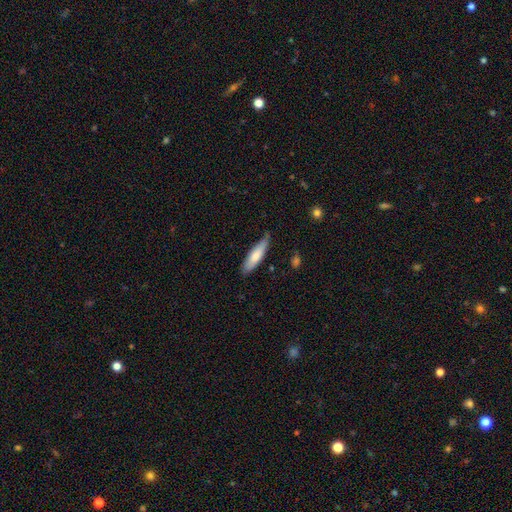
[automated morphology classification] Overall: smooth (77%). How rounded: cigar-shaped (66%; in between 33%). Merging: none (71%).